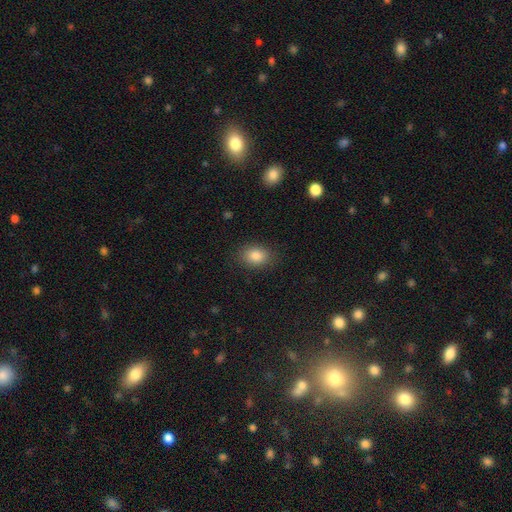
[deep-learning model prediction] smooth_or_featured: smooth (p=0.86) [alt: star or artifact p=0.09]
how_rounded: in between (p=0.77) [alt: round p=0.22]
merging: none (p=0.84) [alt: minor disturbance p=0.11]